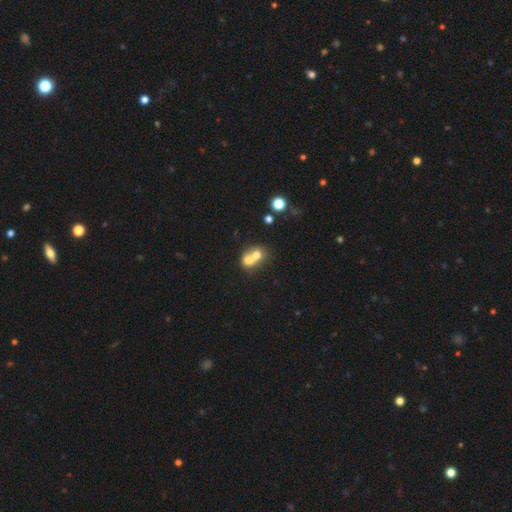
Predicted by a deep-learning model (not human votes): This appears to be a smooth galaxy with no disk features (67%) that is round (61%). Merging: merger (73%).